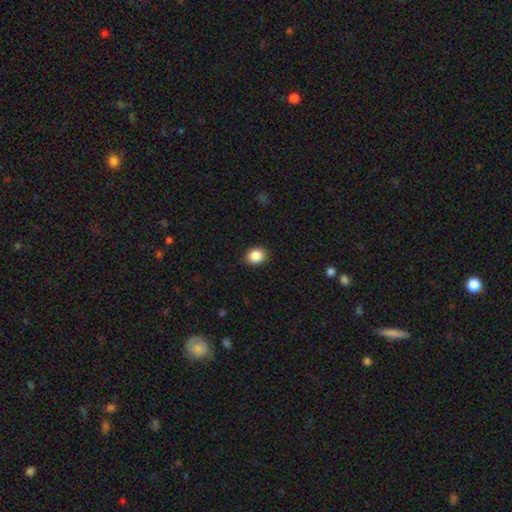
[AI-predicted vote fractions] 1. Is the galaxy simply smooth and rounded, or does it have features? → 87% smooth, 9% star or artifact, 3% featured or disk.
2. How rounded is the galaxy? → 71% round, 28% in between, 1% cigar-shaped.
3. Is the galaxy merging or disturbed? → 90% none, 7% minor disturbance, 2% major disturbance, 1% merger.